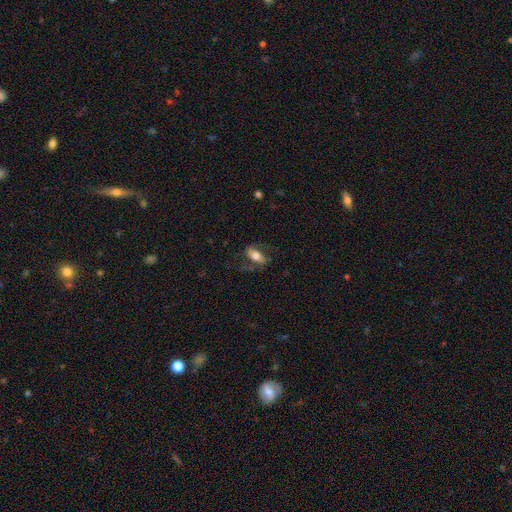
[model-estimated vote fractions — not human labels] A smooth galaxy with no disk features (48%).

Vote fractions:
- Smooth or featured? smooth: 48% / featured or disk: 45% / star or artifact: 7%
- Merging? none: 65% / minor disturbance: 18% / major disturbance: 15% / merger: 2%